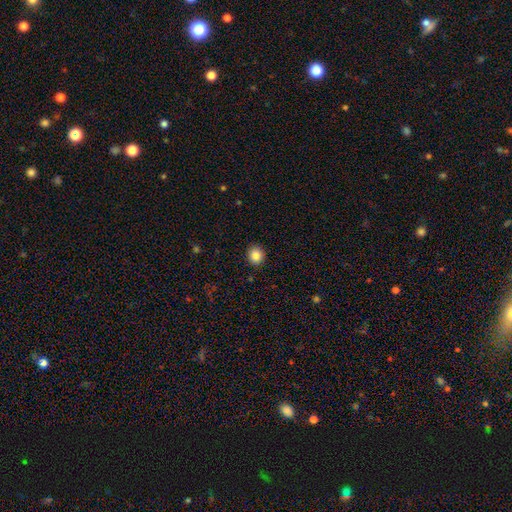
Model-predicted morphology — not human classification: A smooth galaxy with no disk features (85%) that is round (83%).

Vote fractions:
- Smooth or featured? smooth: 85% / star or artifact: 10% / featured or disk: 5%
- How rounded? round: 83% / in between: 16% / cigar-shaped: 1%
- Merging? none: 91% / minor disturbance: 6% / major disturbance: 2% / merger: 1%